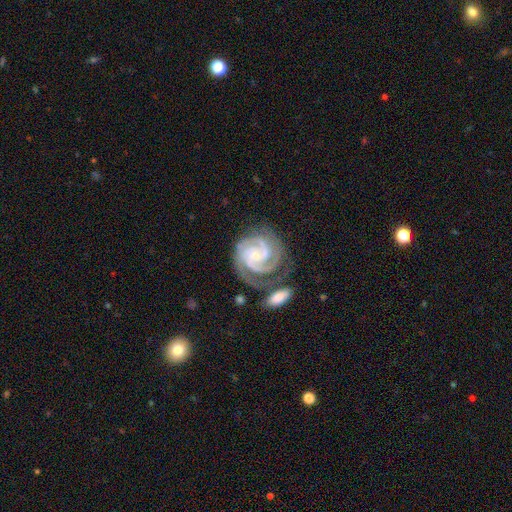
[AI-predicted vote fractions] Smooth or featured: featured or disk — 92% (star or artifact — 4%)
Edge-on disk: no — 98% (yes — 2%)
Bar: no — 63% (weak — 27%)
Spiral arms: yes — 99% (no — 1%)
Spiral winding: tight — 69% (medium — 28%)
Spiral arm count: 3 — 52% (2 — 23%)
Bulge size: small — 76% (moderate — 19%)
Merging: none — 65% (minor disturbance — 18%)